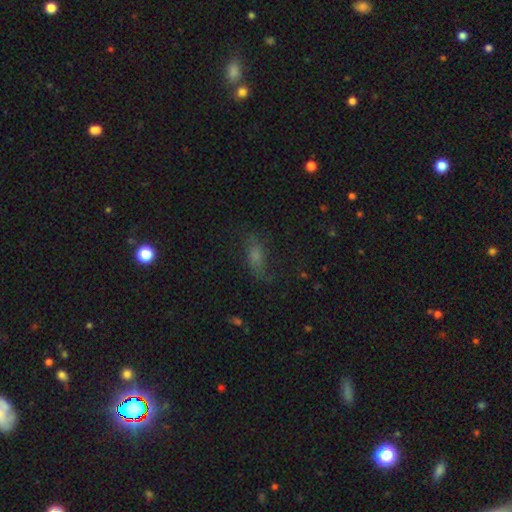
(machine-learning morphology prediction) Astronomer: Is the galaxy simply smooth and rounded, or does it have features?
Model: smooth — 55%.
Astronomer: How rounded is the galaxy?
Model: in between — 72%.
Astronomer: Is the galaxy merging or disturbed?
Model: none — 60%.